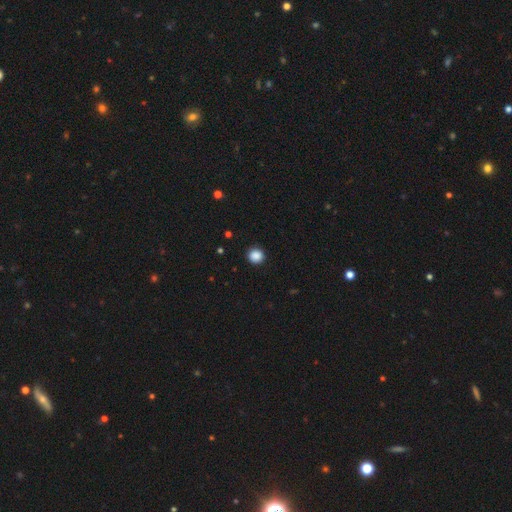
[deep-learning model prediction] Overall: smooth (87%). How rounded: round (92%). Merging: none (91%).